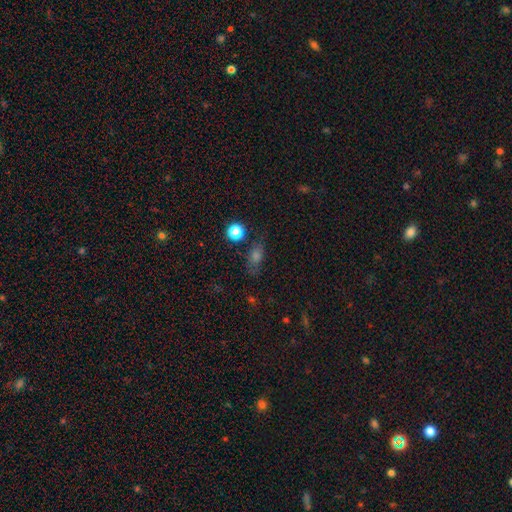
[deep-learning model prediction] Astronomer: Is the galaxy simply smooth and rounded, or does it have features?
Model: smooth — 57%.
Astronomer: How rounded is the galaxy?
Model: in between — 62%.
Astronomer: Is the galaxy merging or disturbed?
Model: none — 72%.